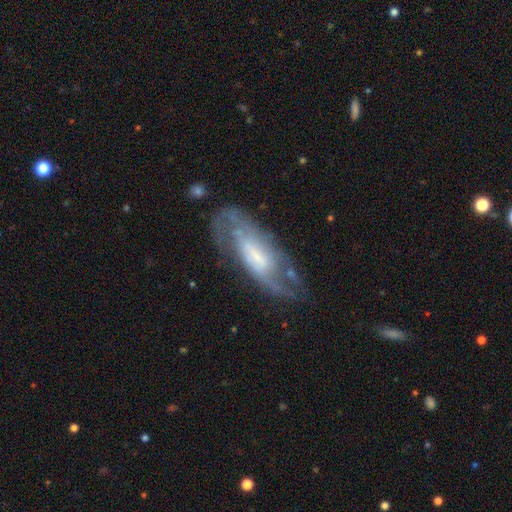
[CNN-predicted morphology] smooth-or-featured: featured or disk: 77% | smooth: 17% | star or artifact: 7%
  disk-edge-on: no: 87% | yes: 13%
    bar: weak: 45% | no: 33% | strong: 22%
    has-spiral-arms: yes: 85% | no: 15%
      spiral-winding: medium: 44% | tight: 35% | loose: 21%
      spiral-arm-count: 2: 54% | can't tell: 31% | 3: 6% | 1: 5% | 4: 2% | more than 4: 2%
    bulge-size: small: 42% | moderate: 28% | none: 17% | large: 11% | dominant: 2%
  merging: none: 63% | minor disturbance: 21% | major disturbance: 14% | merger: 3%